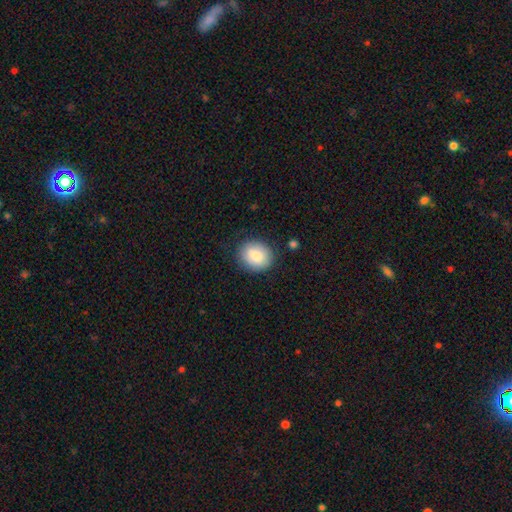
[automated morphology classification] Smooth or featured? Predicted: smooth (p=0.85). How rounded? Predicted: round (p=0.63). Merging? Predicted: none (p=0.84).